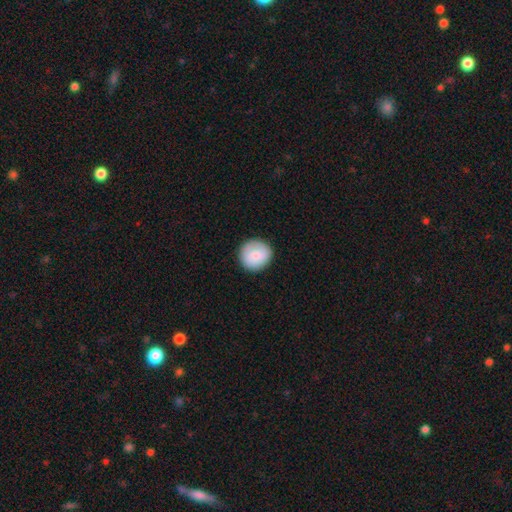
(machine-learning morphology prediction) A smooth galaxy with no disk features (83%) that is round (92%).

Vote fractions:
- Smooth or featured? smooth: 83% / featured or disk: 11% / star or artifact: 6%
- How rounded? round: 92% / in between: 7% / cigar-shaped: 1%
- Merging? none: 87% / minor disturbance: 10% / major disturbance: 2% / merger: 1%